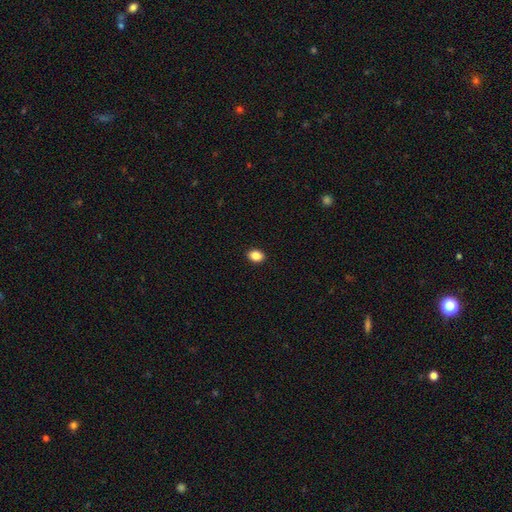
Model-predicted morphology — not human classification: Smooth or featured?
  - smooth: 87% *
  - star or artifact: 9%
  - featured or disk: 4%
How rounded?
  - in between: 72% *
  - round: 27%
  - cigar-shaped: 1%
Merging?
  - none: 91% *
  - minor disturbance: 6%
  - major disturbance: 2%
  - merger: 1%